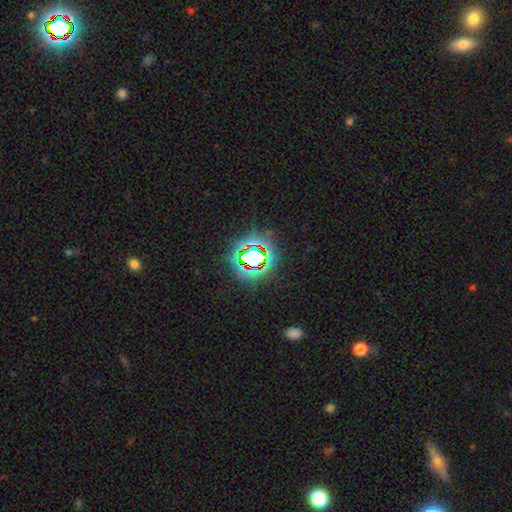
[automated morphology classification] Overall: star or artifact (73%).